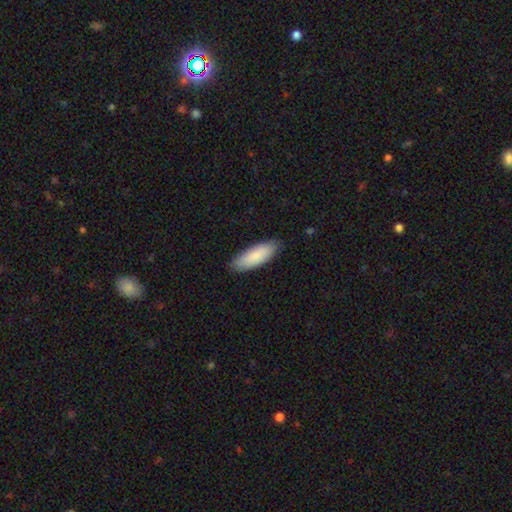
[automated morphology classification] smooth 85%, featured or disk 9%, star or artifact 5%. Down the decision tree: how rounded — in between (66%); merging — none (86%).